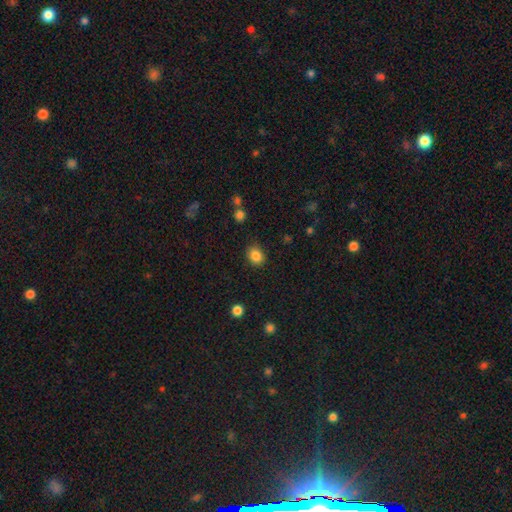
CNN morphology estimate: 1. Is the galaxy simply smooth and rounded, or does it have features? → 85% smooth, 10% star or artifact, 5% featured or disk.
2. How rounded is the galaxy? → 57% round, 42% in between, 1% cigar-shaped.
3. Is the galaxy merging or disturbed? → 83% none, 12% minor disturbance, 3% major disturbance, 2% merger.